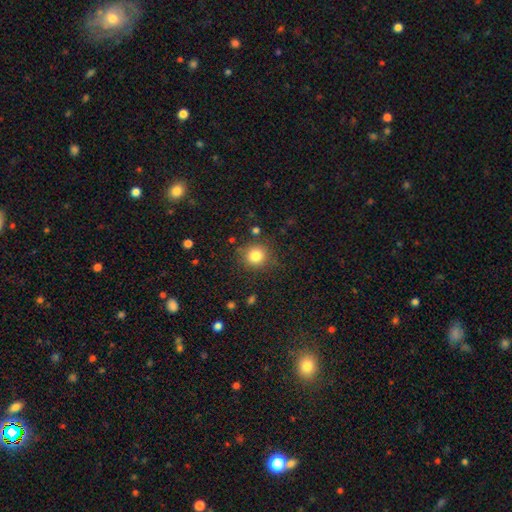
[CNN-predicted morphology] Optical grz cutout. It shows a smooth galaxy with no disk features (82%) that is round (91%). Merging: none (83%).